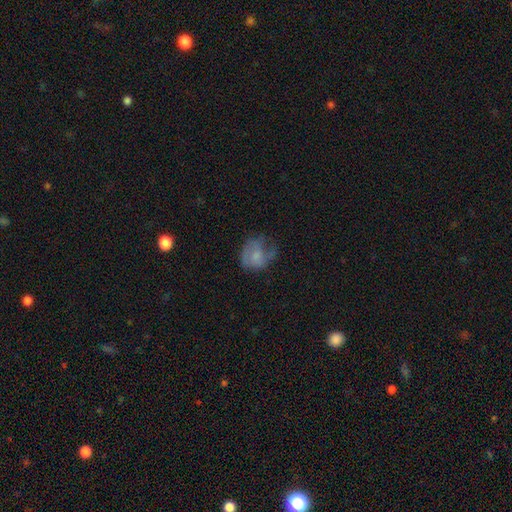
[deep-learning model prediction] This appears to be a smooth galaxy with no disk features (54%) that is round (55%). Merging: none (38%).